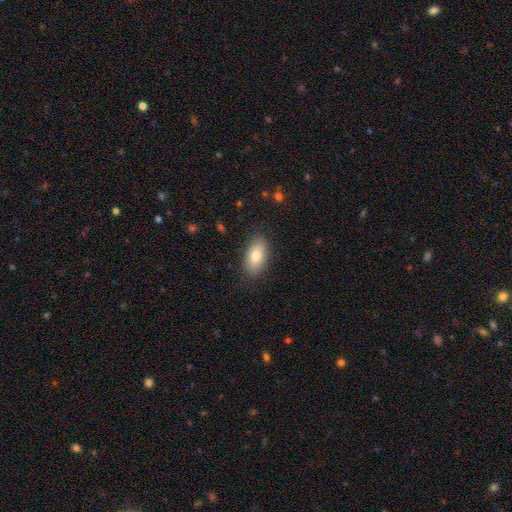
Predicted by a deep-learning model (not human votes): Smooth or featured: smooth — 80% (featured or disk — 13%)
How rounded: in between — 92% (round — 4%)
Merging: none — 86% (minor disturbance — 11%)